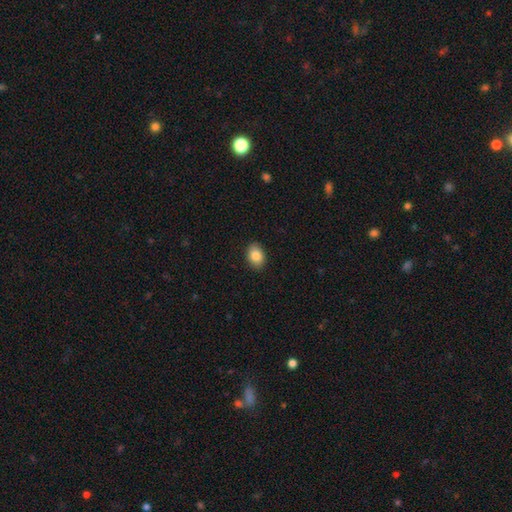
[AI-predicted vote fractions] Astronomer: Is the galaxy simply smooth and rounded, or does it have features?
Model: smooth — 85%.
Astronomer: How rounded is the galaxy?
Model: in between — 80%.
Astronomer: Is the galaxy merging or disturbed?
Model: none — 89%.